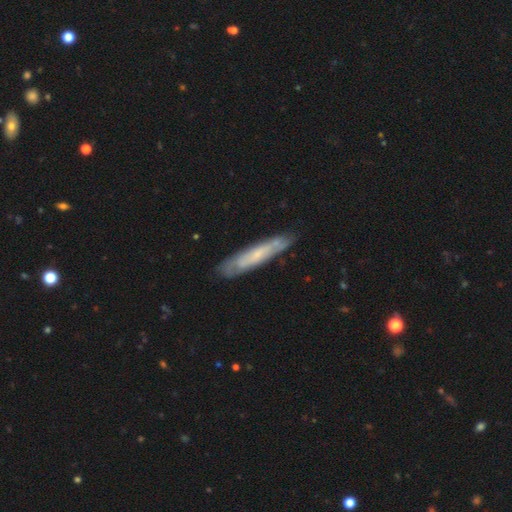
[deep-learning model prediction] Smooth or featured: featured or disk — 53% (smooth — 40%)
Edge-on disk: yes — 59% (no — 41%)
Merging: none — 82% (minor disturbance — 14%)